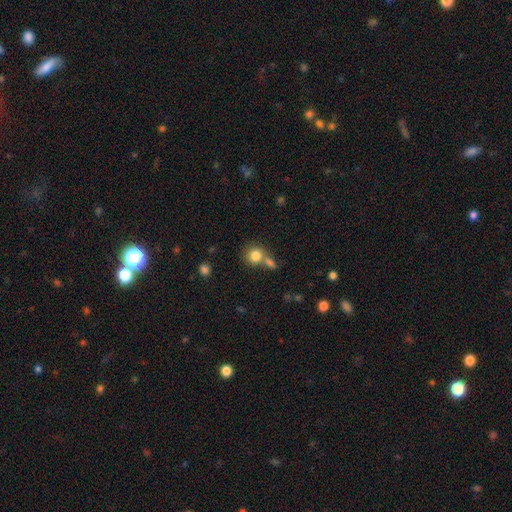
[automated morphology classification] A smooth galaxy with no disk features (82%) that is round (83%). Merging: none (51%).